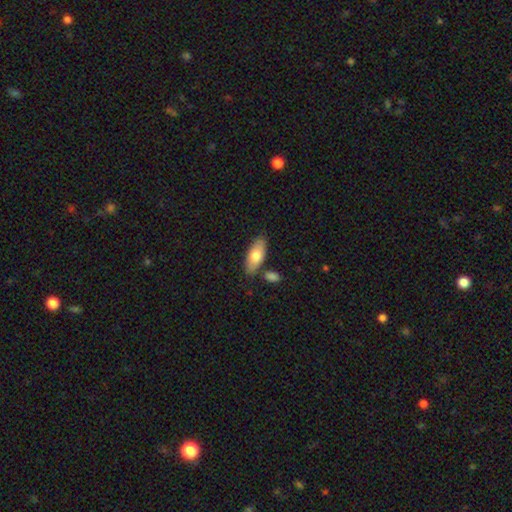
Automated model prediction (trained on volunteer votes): Q: Smooth or featured?
A: smooth (74%); runner-up: featured or disk (20%)
Q: How rounded?
A: in between (86%); runner-up: cigar-shaped (12%)
Q: Merging?
A: none (78%); runner-up: minor disturbance (12%)